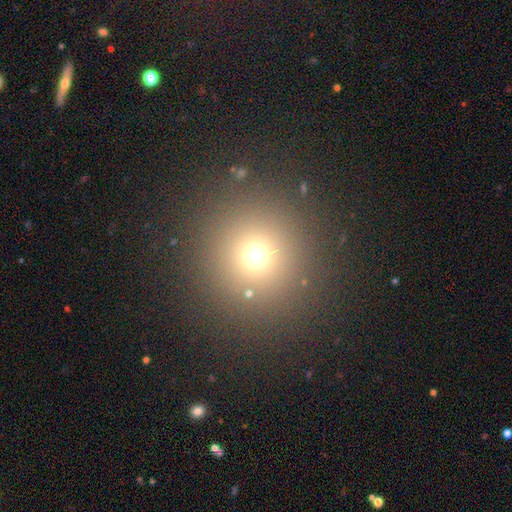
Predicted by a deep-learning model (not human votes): Smooth or featured: smooth — 68% (star or artifact — 24%)
How rounded: round — 95% (in between — 4%)
Merging: none — 89% (minor disturbance — 5%)